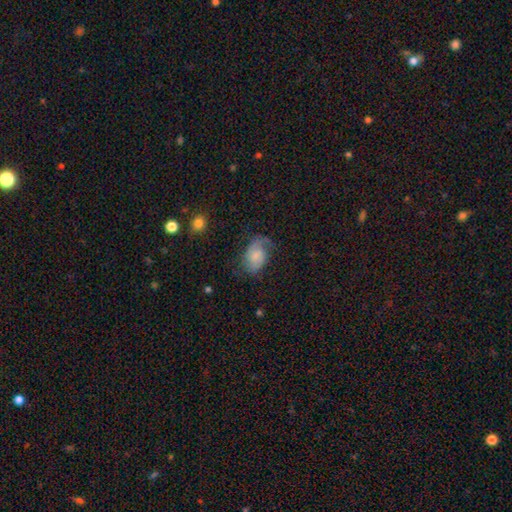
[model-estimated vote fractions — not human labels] This is likely a featured or disk galaxy (62%). It is clearly not viewed edge-on (97%). Bar: likely no (62%). Spiral arm pattern: clearly yes (91%). Spiral arm count: possibly 2 (56%). Spiral winding: marginally medium (41%). Central bulge: marginally none (32%). Merging: possibly none (51%).